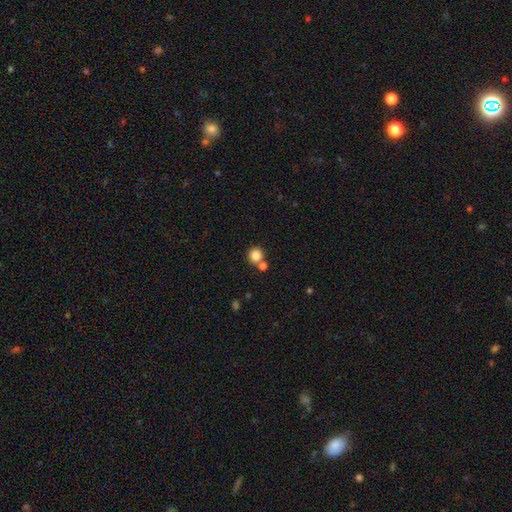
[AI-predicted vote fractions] Smooth or featured? smooth (84%)
How rounded? round (92%)
Merging? none (66%)